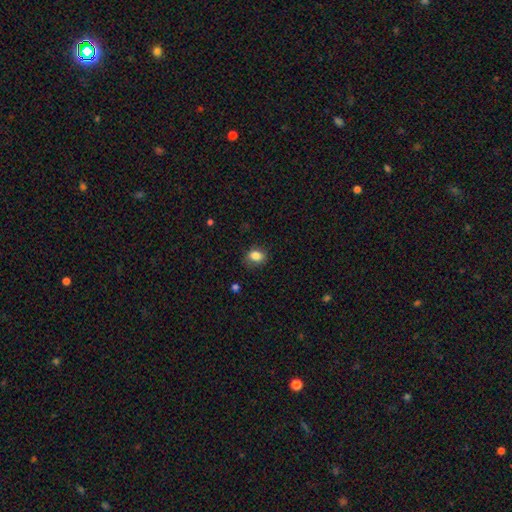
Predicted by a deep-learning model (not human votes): The model was most divided on "how rounded": in between: 61%, round: 38%, cigar-shaped: 1%. More confident: smooth or featured — smooth (84%); merging — none (76%).